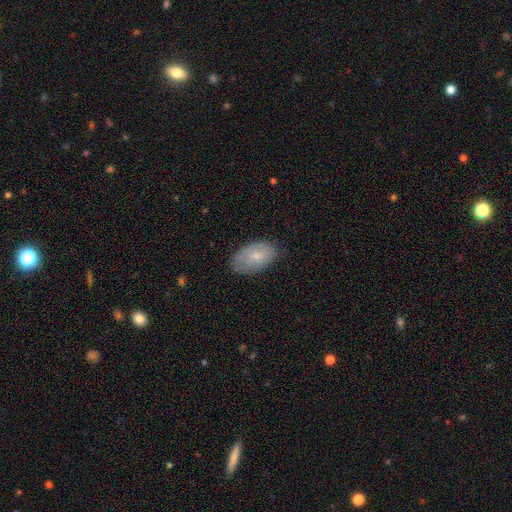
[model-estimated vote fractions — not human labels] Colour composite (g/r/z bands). It shows a smooth galaxy with no disk features (66%) that is in between round and cigar-shaped (92%). Merging: none (73%).